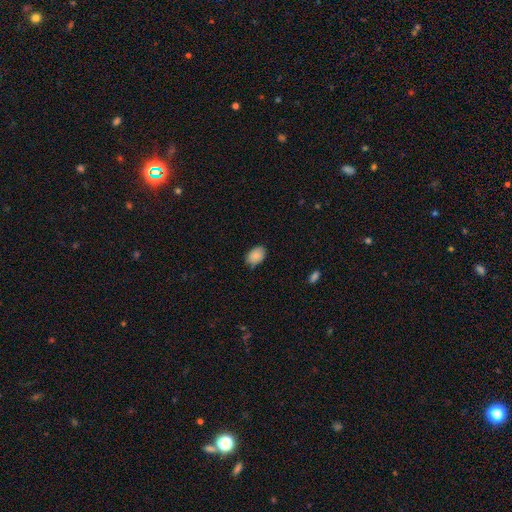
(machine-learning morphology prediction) Smooth or featured? smooth (87%)
How rounded? in between (82%)
Merging? none (78%)